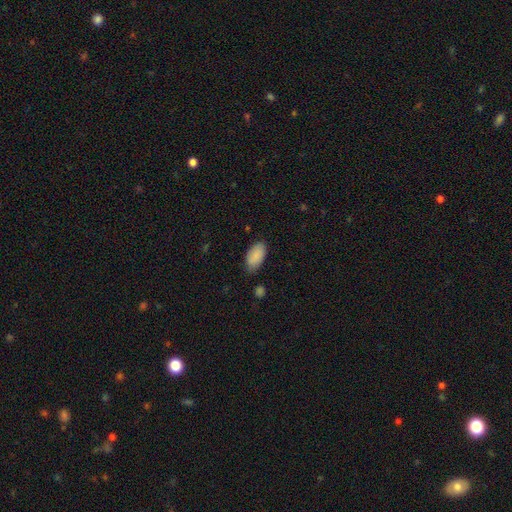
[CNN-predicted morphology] smooth 88%, star or artifact 6%, featured or disk 6%. Down the decision tree: how rounded — in between (95%); merging — none (74%).